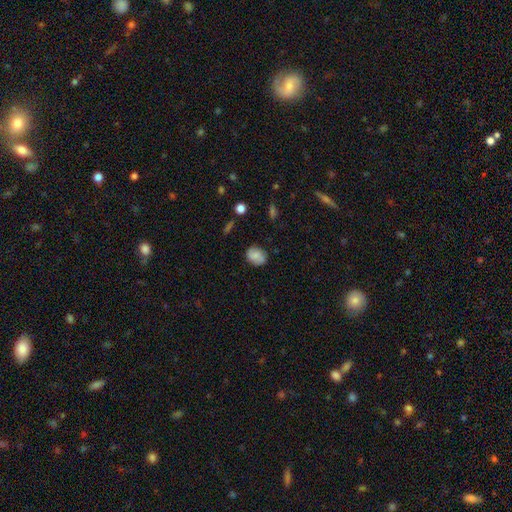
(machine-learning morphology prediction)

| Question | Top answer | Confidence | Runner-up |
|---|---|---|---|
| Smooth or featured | smooth | 74% | featured or disk (17%) |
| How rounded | in between | 54% | round (45%) |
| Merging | none | 80% | minor disturbance (15%) |